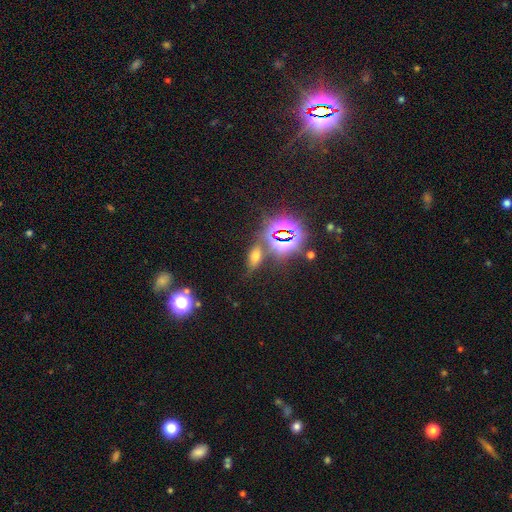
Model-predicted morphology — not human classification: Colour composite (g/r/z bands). It shows a smooth galaxy with no disk features (48%). Merging: none (70%).